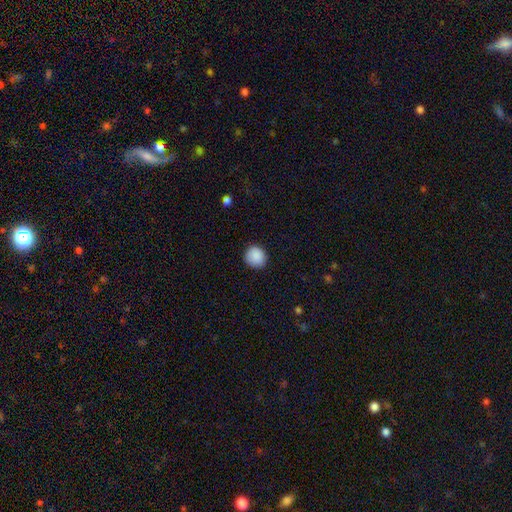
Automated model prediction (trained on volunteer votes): Q: Smooth or featured?
A: smooth (89%); runner-up: star or artifact (8%)
Q: How rounded?
A: round (88%); runner-up: in between (11%)
Q: Merging?
A: none (89%); runner-up: minor disturbance (8%)